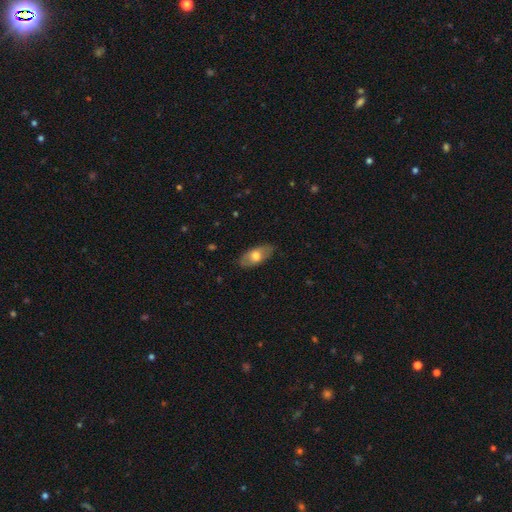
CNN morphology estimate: Q: Smooth or featured?
A: smooth (67%); runner-up: featured or disk (27%)
Q: How rounded?
A: in between (90%); runner-up: cigar-shaped (6%)
Q: Merging?
A: none (83%); runner-up: minor disturbance (13%)